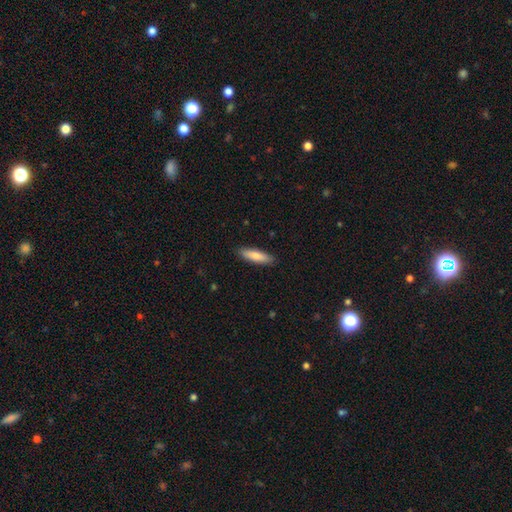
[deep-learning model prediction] Smooth or featured: smooth — 81% (featured or disk — 14%)
How rounded: cigar-shaped — 65% (in between — 34%)
Merging: none — 89% (minor disturbance — 8%)